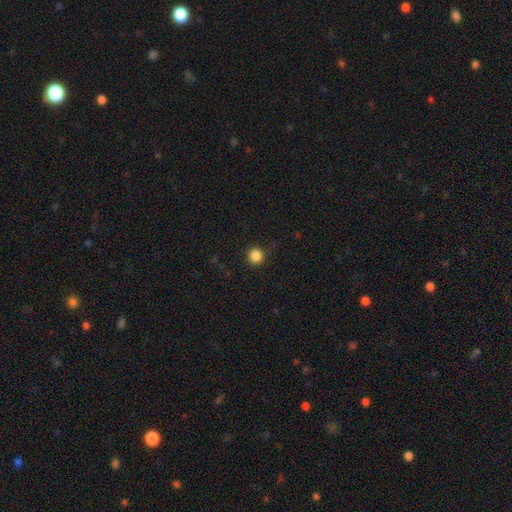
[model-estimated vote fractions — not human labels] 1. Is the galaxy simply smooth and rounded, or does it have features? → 86% smooth, 11% star or artifact, 3% featured or disk.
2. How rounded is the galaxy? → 95% round, 4% in between, 1% cigar-shaped.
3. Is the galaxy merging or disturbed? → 91% none, 6% minor disturbance, 2% major disturbance, 1% merger.